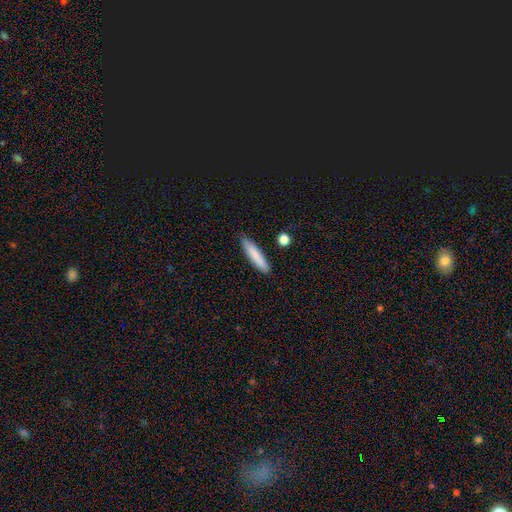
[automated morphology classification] smooth 83%, featured or disk 11%, star or artifact 6%. Down the decision tree: how rounded — cigar-shaped (85%); merging — none (87%).